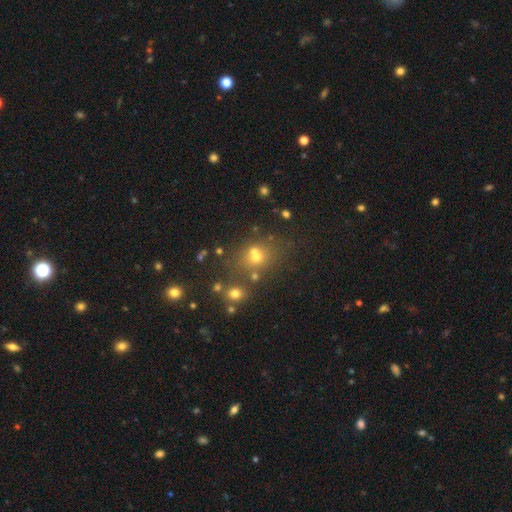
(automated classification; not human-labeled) Smooth or featured?
  - smooth: 56% *
  - star or artifact: 27%
  - featured or disk: 17%
How rounded?
  - round: 63% *
  - in between: 35%
  - cigar-shaped: 2%
Merging?
  - none: 50% *
  - merger: 32%
  - minor disturbance: 11%
  - major disturbance: 6%